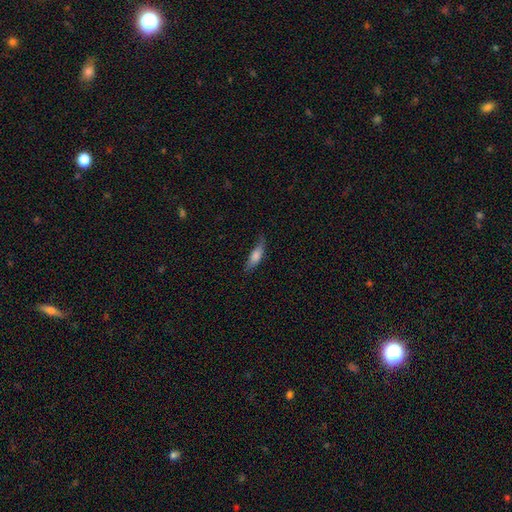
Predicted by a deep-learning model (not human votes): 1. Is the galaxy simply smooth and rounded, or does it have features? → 73% smooth, 20% featured or disk, 7% star or artifact.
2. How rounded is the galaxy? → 51% in between, 47% cigar-shaped, 2% round.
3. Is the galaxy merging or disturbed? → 63% none, 28% minor disturbance, 7% major disturbance, 2% merger.